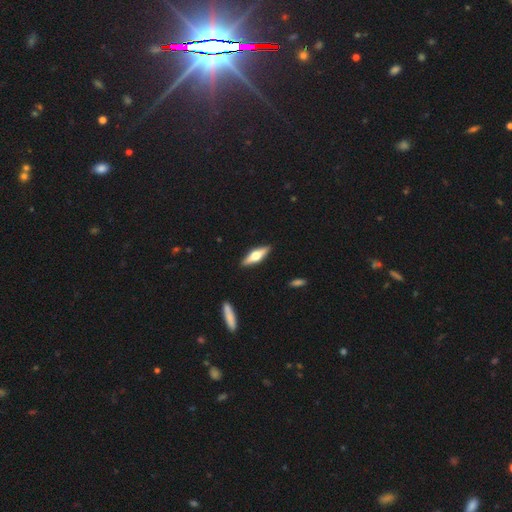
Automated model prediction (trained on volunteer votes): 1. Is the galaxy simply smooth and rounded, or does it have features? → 58% featured or disk, 36% smooth, 5% star or artifact.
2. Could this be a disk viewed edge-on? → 94% yes, 6% no.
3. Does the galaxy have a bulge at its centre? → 94% rounded, 4% boxy, 2% none.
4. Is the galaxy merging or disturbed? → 90% none, 7% minor disturbance, 2% major disturbance, 1% merger.